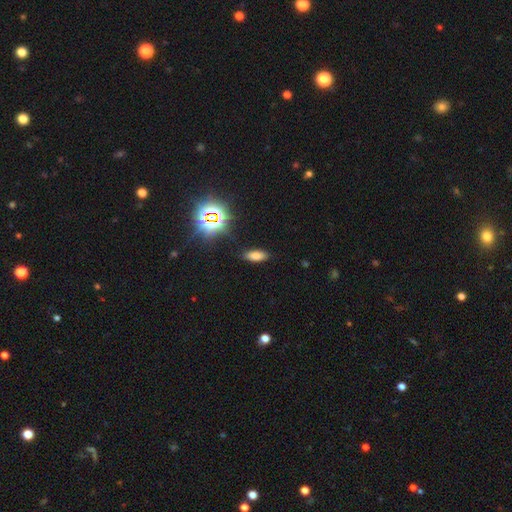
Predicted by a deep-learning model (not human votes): smooth 69%, star or artifact 21%, featured or disk 10%. Down the decision tree: how rounded — in between (76%); merging — none (87%).